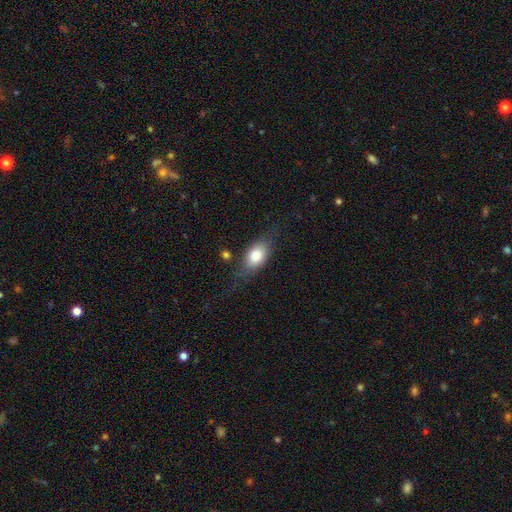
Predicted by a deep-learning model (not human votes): This appears to be a smooth galaxy with no disk features (75%) that is in between round and cigar-shaped (82%). Merging: none (65%).